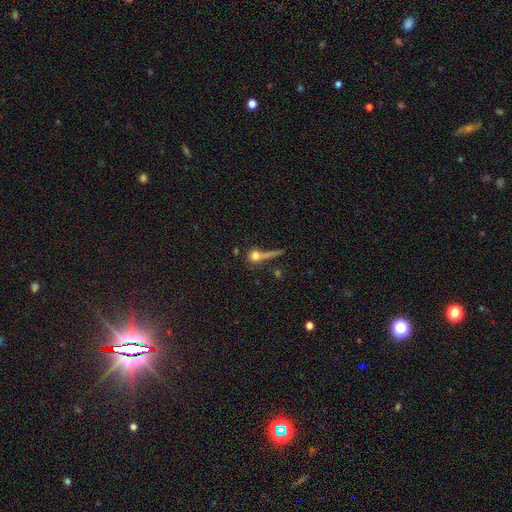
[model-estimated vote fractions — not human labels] smooth 63%, featured or disk 22%, star or artifact 15%. Down the decision tree: how rounded — round (67%); merging — none (45%).